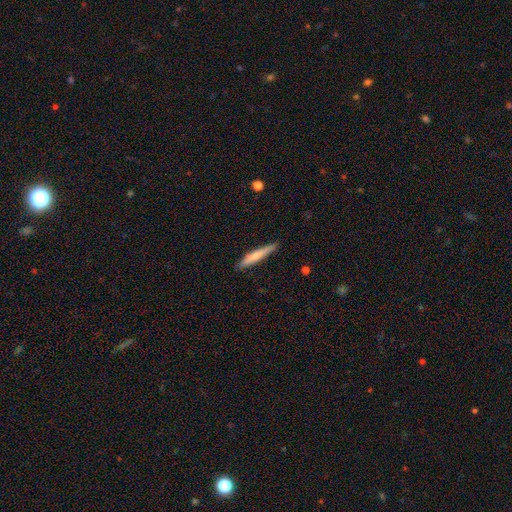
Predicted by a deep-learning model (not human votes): This appears to be a smooth galaxy with no disk features (67%) that is cigar-shaped (94%). Merging: none (87%).